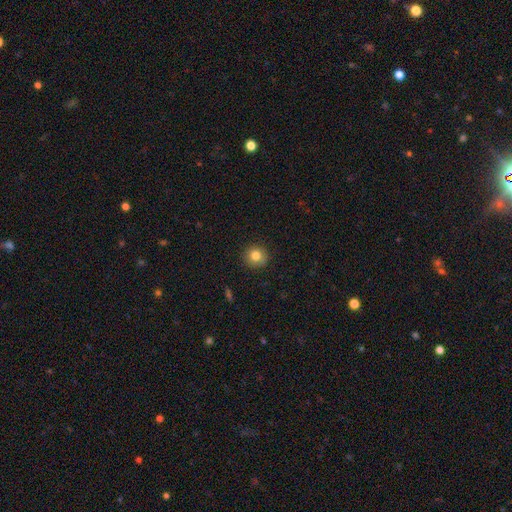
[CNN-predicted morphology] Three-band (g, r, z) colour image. It shows a smooth galaxy with no disk features (82%) that is round (92%). Merging: none (90%).